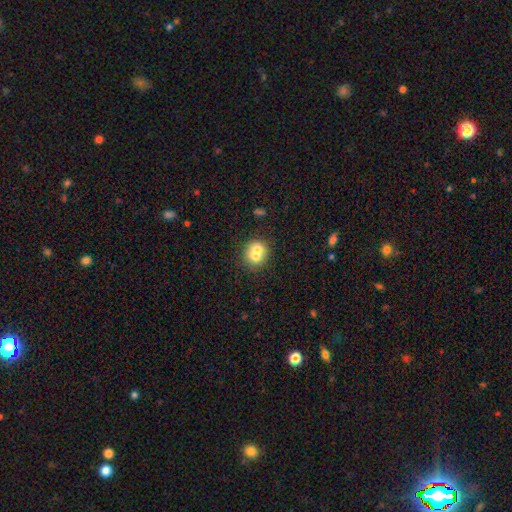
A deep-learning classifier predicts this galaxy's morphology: smooth 66%, featured or disk 24%, star or artifact 9%. Down the decision tree: how rounded — round (81%); merging — merger (59%).